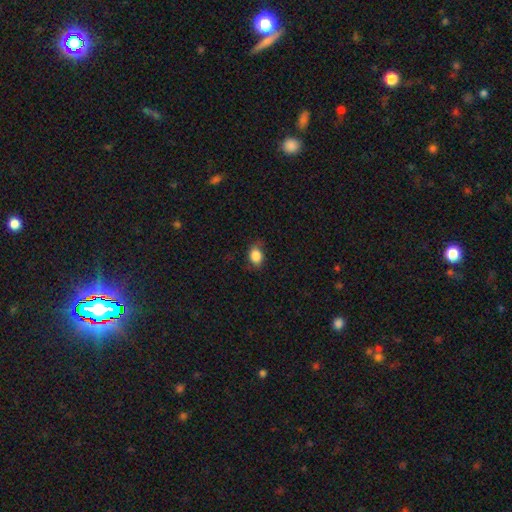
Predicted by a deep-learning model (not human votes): Smooth or featured? Predicted: smooth (p=0.85). How rounded? Predicted: in between (p=0.66). Merging? Predicted: none (p=0.73).